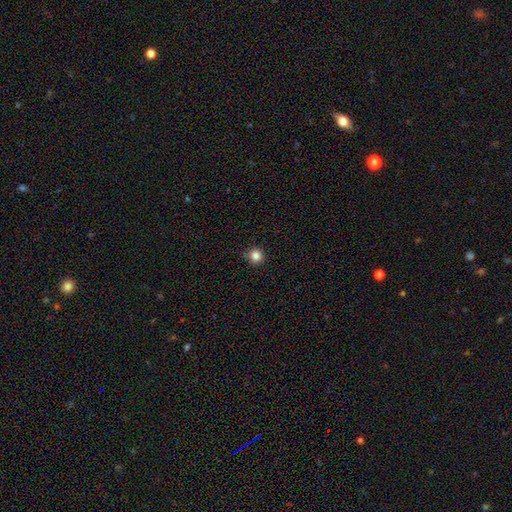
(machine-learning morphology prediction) Smooth or featured?
  - smooth: 84% *
  - star or artifact: 12%
  - featured or disk: 4%
How rounded?
  - round: 95% *
  - in between: 4%
  - cigar-shaped: 1%
Merging?
  - none: 90% *
  - minor disturbance: 7%
  - major disturbance: 2%
  - merger: 1%